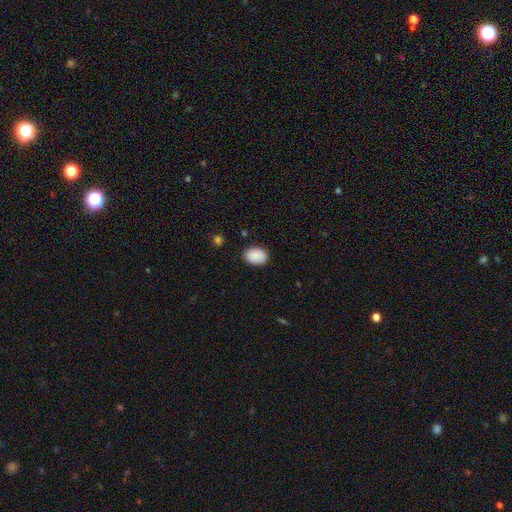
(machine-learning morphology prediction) Smooth or featured: smooth — 88% (star or artifact — 7%)
How rounded: in between — 76% (round — 23%)
Merging: none — 83% (minor disturbance — 12%)